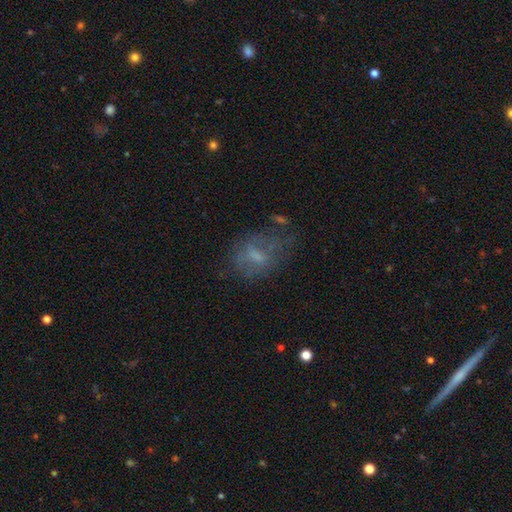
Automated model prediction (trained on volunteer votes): Smooth or featured? smooth (46%)
Merging? none (45%)